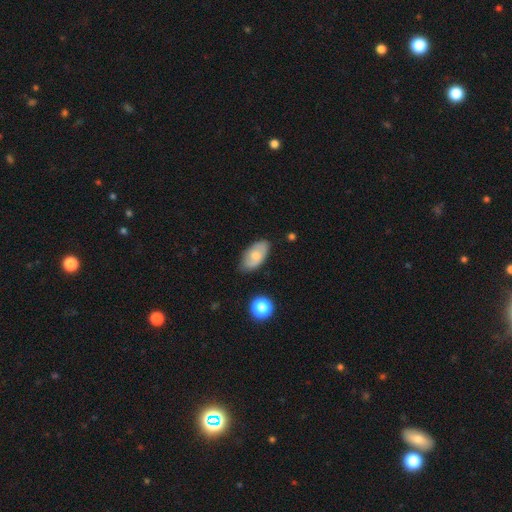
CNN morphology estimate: Smooth or featured: smooth — 62% (featured or disk — 30%)
How rounded: in between — 93% (round — 5%)
Merging: none — 75% (minor disturbance — 20%)